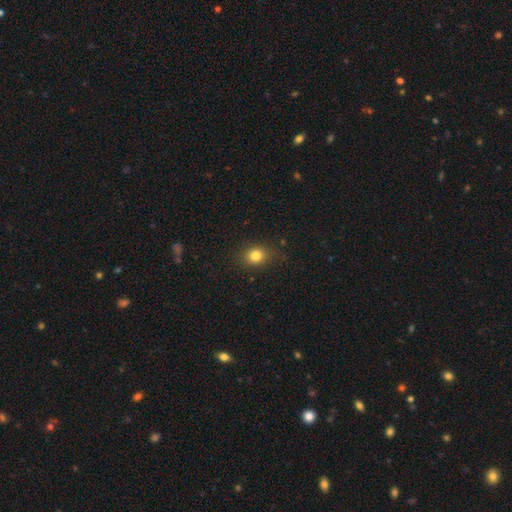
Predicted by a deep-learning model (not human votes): Smooth or featured: smooth — 82% (star or artifact — 12%)
How rounded: round — 61% (in between — 38%)
Merging: none — 83% (minor disturbance — 12%)